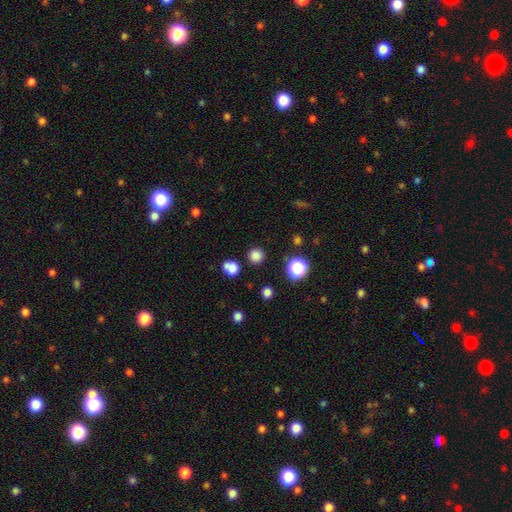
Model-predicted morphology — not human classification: smooth_or_featured: smooth (p=0.79) [alt: star or artifact p=0.16]
how_rounded: round (p=0.93) [alt: in between p=0.06]
merging: none (p=0.82) [alt: merger p=0.08]